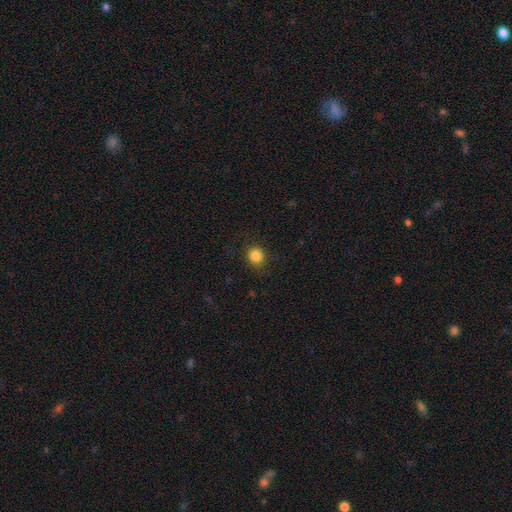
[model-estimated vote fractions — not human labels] Smooth or featured?
  - smooth: 85% *
  - star or artifact: 11%
  - featured or disk: 4%
How rounded?
  - round: 88% *
  - in between: 11%
  - cigar-shaped: 1%
Merging?
  - none: 88% *
  - minor disturbance: 8%
  - major disturbance: 3%
  - merger: 1%